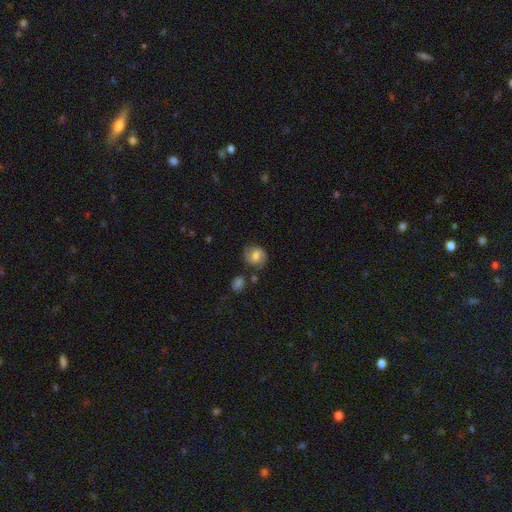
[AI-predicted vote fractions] A featured or disk galaxy (47%).

Vote fractions:
- Smooth or featured? featured or disk: 47% / smooth: 44% / star or artifact: 9%
- Merging? none: 70% / minor disturbance: 18% / major disturbance: 7% / merger: 5%